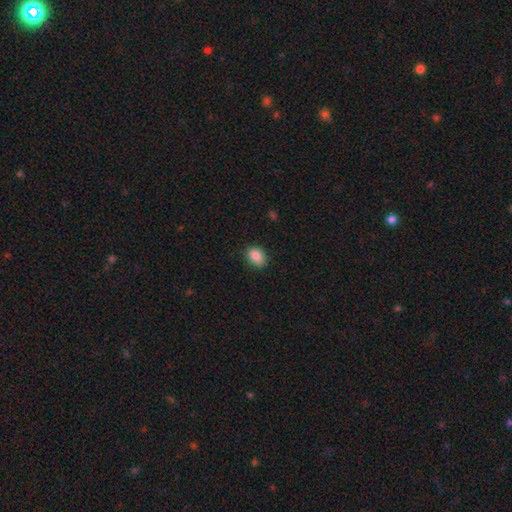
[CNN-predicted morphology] type=smooth (86%); roundness=in between (67%); merging=none (82%).